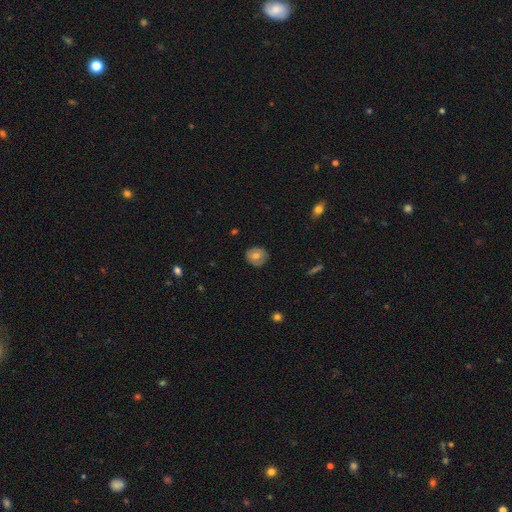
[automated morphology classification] smooth-or-featured: smooth: 64% | featured or disk: 29% | star or artifact: 8%
  how-rounded: round: 81% | in between: 18% | cigar-shaped: 1%
  merging: none: 84% | minor disturbance: 12% | major disturbance: 2% | merger: 1%